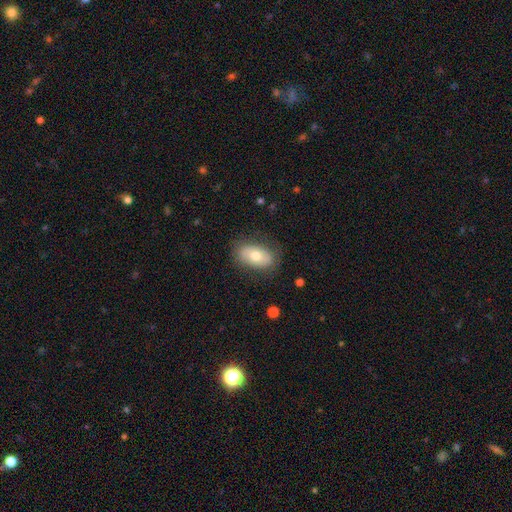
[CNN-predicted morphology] Q: Smooth or featured?
A: smooth (68%); runner-up: featured or disk (26%)
Q: How rounded?
A: in between (91%); runner-up: round (7%)
Q: Merging?
A: none (81%); runner-up: minor disturbance (14%)